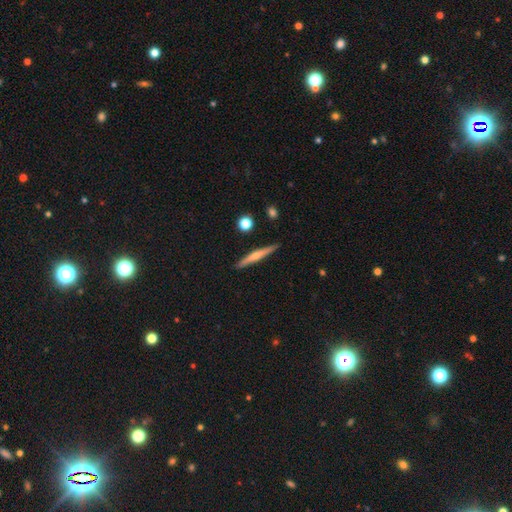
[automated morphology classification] smooth-or-featured: featured or disk: 49% | smooth: 45% | star or artifact: 6%
  merging: none: 89% | minor disturbance: 8% | merger: 2% | major disturbance: 2%